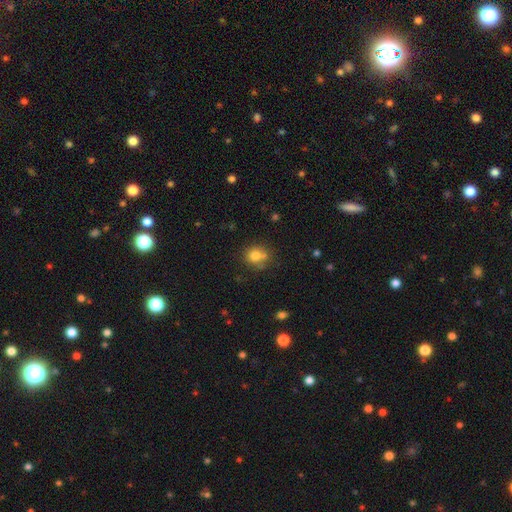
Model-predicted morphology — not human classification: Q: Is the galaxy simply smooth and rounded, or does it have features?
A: smooth — 76%.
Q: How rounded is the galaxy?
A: round — 78%.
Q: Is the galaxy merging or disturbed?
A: none — 57%.